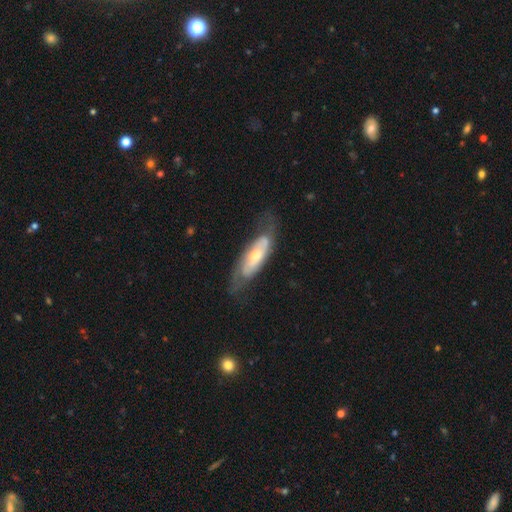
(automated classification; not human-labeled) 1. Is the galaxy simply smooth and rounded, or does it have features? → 61% featured or disk, 34% smooth, 6% star or artifact.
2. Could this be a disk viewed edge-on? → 77% no, 23% yes.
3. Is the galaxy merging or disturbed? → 59% none, 25% minor disturbance, 14% major disturbance, 2% merger.